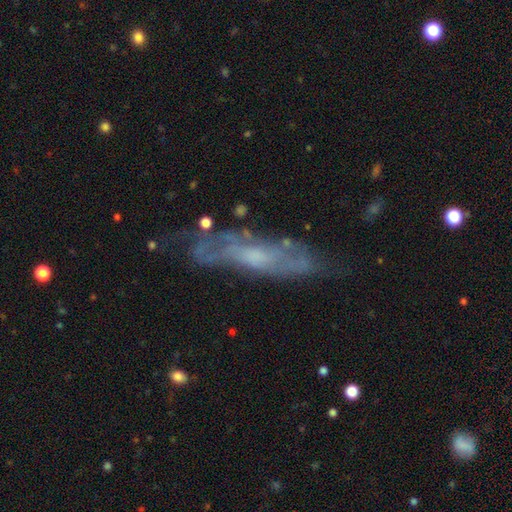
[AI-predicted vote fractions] Overall: featured or disk (68%). Edge-on disk: no (59%; yes 41%). Merging: none (67%).